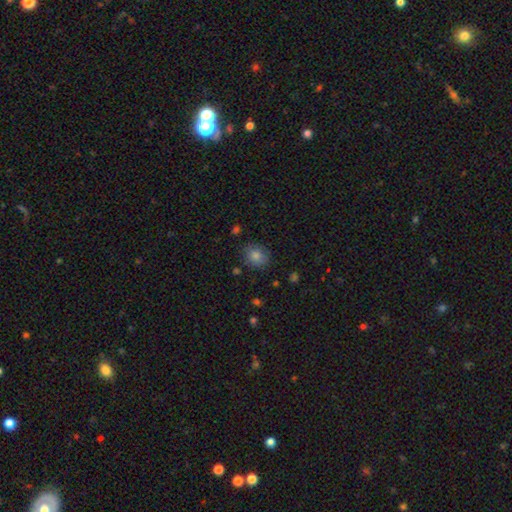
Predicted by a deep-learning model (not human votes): A smooth galaxy with no disk features (79%) that is round (66%).

Vote fractions:
- Smooth or featured? smooth: 79% / star or artifact: 14% / featured or disk: 7%
- How rounded? round: 66% / in between: 33% / cigar-shaped: 1%
- Merging? none: 85% / minor disturbance: 11% / major disturbance: 2% / merger: 2%